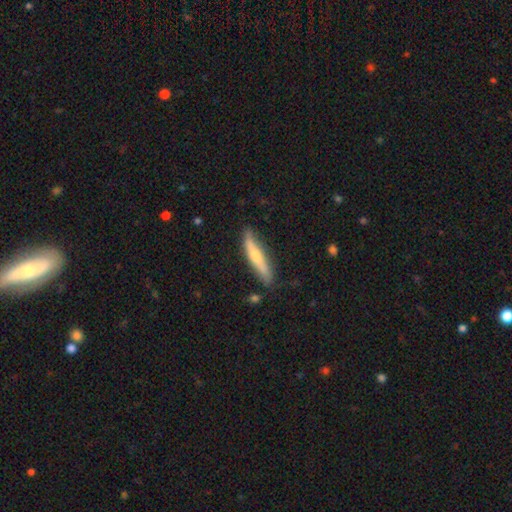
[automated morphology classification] smooth-or-featured: featured or disk: 49% | smooth: 46% | star or artifact: 5%
  merging: none: 81% | minor disturbance: 15% | major disturbance: 3% | merger: 2%